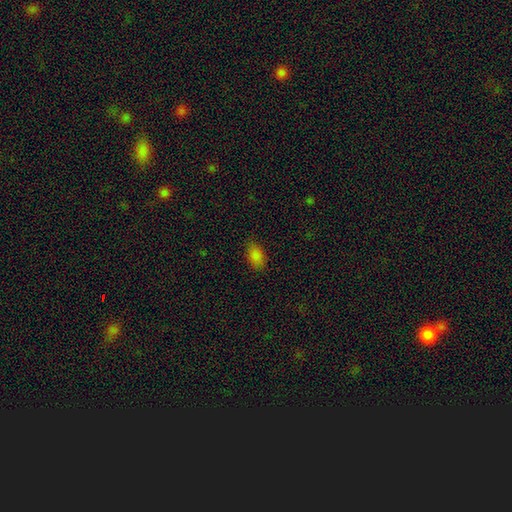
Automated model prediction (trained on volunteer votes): Morphology: type=smooth (84%); roundness=in between (91%); merging=none (83%).